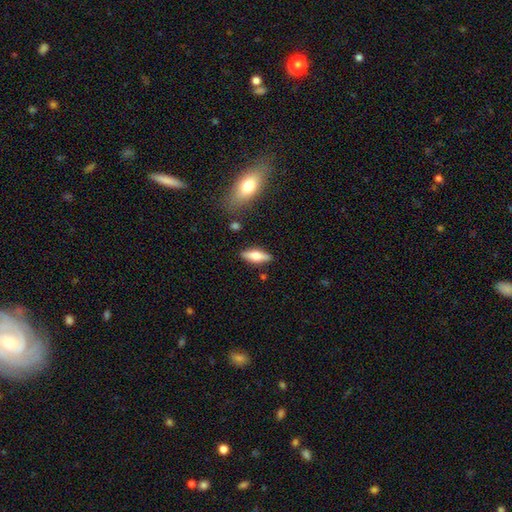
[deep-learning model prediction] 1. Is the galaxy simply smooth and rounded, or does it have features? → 57% smooth, 36% featured or disk, 7% star or artifact.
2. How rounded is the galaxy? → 57% in between, 41% cigar-shaped, 3% round.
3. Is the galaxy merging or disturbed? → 84% none, 10% minor disturbance, 3% merger, 3% major disturbance.